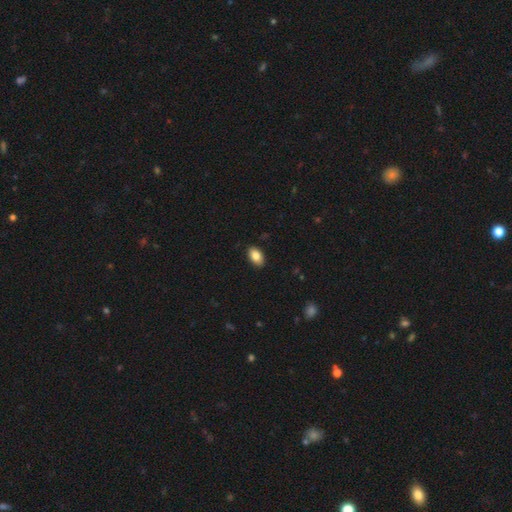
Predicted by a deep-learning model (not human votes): Morphology: type=smooth (85%); roundness=in between (92%); merging=none (89%).